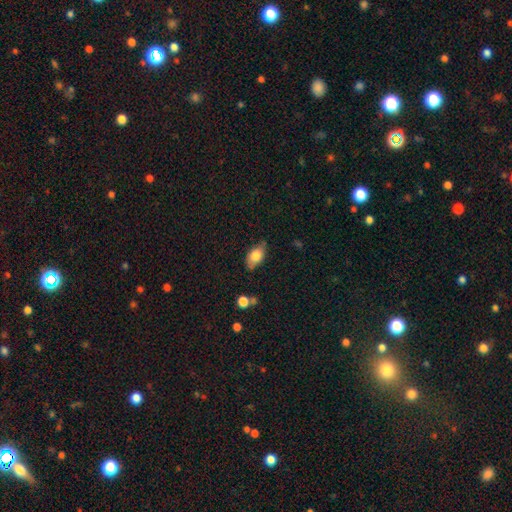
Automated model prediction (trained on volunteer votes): smooth 76%, featured or disk 17%, star or artifact 7%. Down the decision tree: how rounded — in between (89%); merging — none (72%).